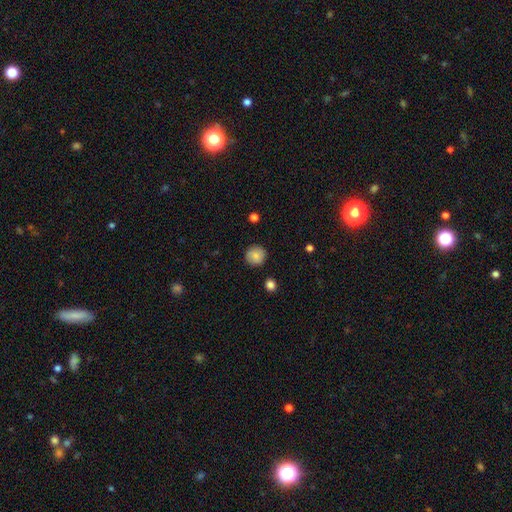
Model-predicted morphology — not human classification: This is clearly a smooth galaxy (83%). How rounded: clearly round (93%). Merging: clearly none (89%).